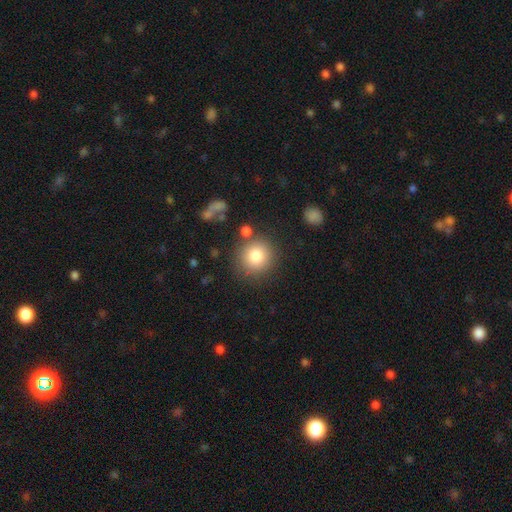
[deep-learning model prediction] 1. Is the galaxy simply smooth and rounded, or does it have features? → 82% smooth, 10% star or artifact, 9% featured or disk.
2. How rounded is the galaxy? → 92% round, 7% in between, 1% cigar-shaped.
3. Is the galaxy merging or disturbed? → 79% none, 10% minor disturbance, 7% merger, 4% major disturbance.